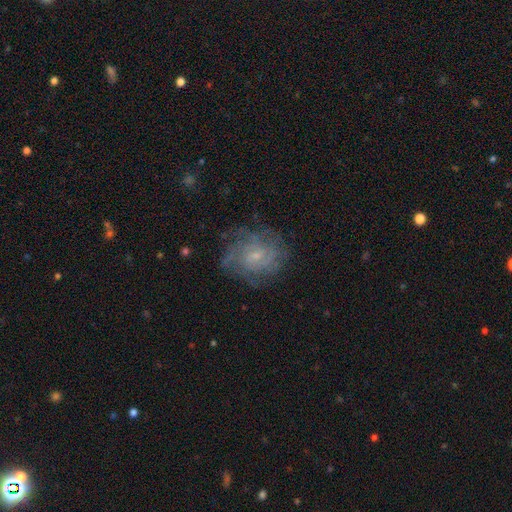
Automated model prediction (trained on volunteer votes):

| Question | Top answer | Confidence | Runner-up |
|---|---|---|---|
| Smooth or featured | featured or disk | 67% | smooth (21%) |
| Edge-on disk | no | 97% | yes (3%) |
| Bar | no | 64% | weak (31%) |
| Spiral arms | yes | 87% | no (13%) |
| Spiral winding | tight | 53% | medium (34%) |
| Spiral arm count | can't tell | 50% | 4 (15%) |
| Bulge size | small | 70% | moderate (21%) |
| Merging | none | 72% | minor disturbance (17%) |